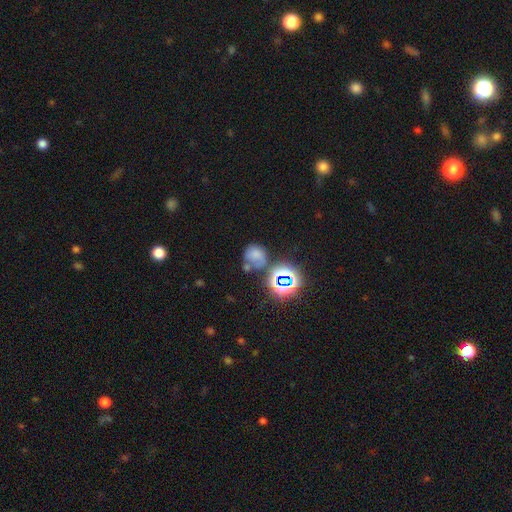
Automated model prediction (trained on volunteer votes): A smooth galaxy with no disk features (57%) that is round (73%).

Vote fractions:
- Smooth or featured? smooth: 57% / star or artifact: 25% / featured or disk: 17%
- How rounded? round: 73% / in between: 26% / cigar-shaped: 1%
- Merging? none: 40% / merger: 25% / minor disturbance: 20% / major disturbance: 16%